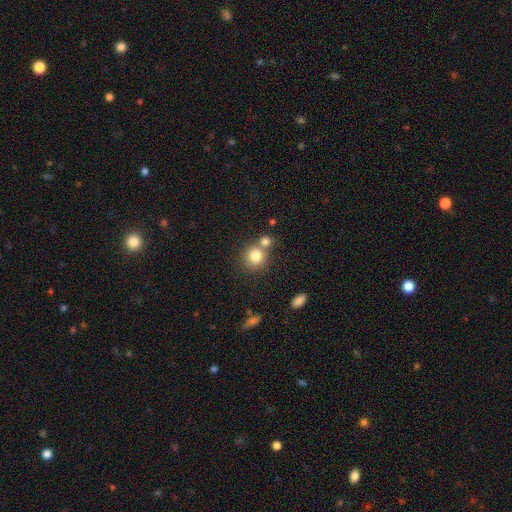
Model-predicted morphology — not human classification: type=smooth (80%); roundness=round (87%); merging=none (55%).